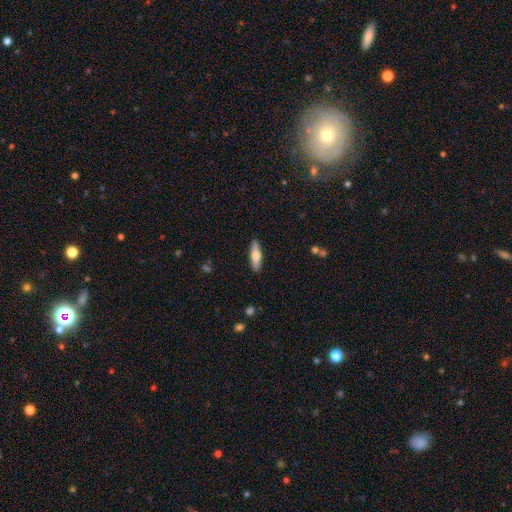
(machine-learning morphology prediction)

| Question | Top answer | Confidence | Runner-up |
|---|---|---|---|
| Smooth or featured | smooth | 64% | featured or disk (30%) |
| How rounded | cigar-shaped | 59% | in between (39%) |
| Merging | none | 89% | minor disturbance (8%) |